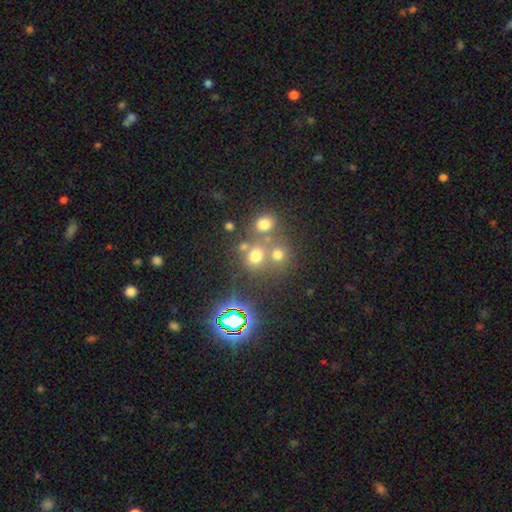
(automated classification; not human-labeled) smooth_or_featured: smooth (p=0.62) [alt: star or artifact p=0.28]
how_rounded: round (p=0.78) [alt: in between p=0.21]
merging: none (p=0.54) [alt: merger p=0.32]